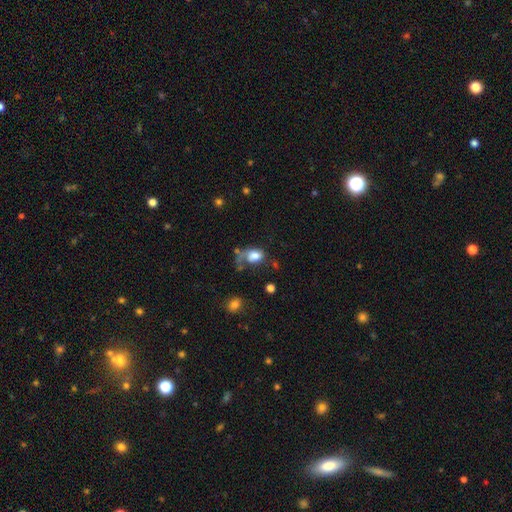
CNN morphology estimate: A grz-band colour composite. It shows a smooth galaxy with no disk features (73%) that is in between round and cigar-shaped (79%). Merging: major disturbance (32%).